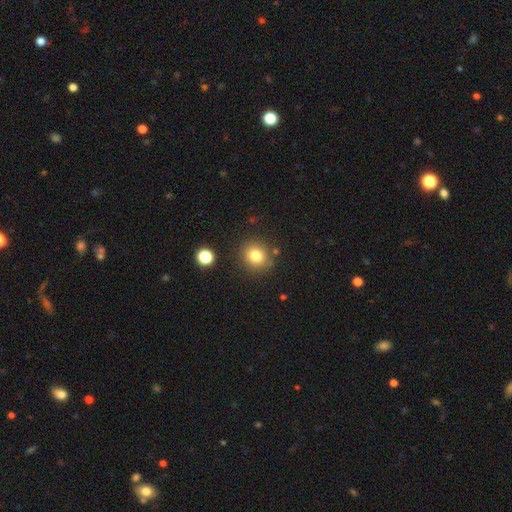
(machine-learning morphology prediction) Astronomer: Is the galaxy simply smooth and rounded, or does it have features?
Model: smooth — 79%.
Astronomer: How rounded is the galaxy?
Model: round — 84%.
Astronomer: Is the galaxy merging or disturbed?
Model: none — 83%.